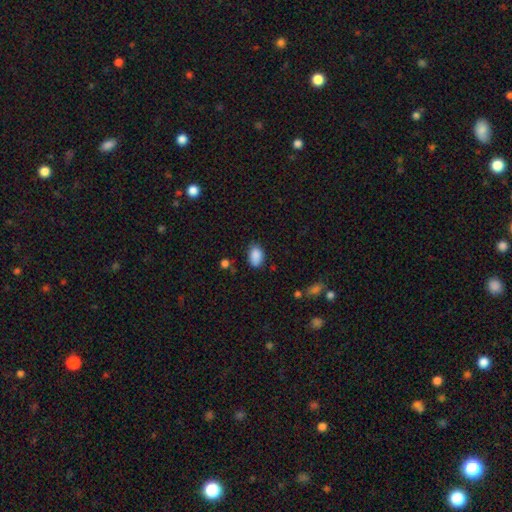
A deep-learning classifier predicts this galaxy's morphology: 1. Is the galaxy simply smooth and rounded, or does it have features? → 88% smooth, 8% star or artifact, 4% featured or disk.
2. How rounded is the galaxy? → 87% in between, 12% round, 1% cigar-shaped.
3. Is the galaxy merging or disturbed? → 74% none, 20% minor disturbance, 4% major disturbance, 2% merger.